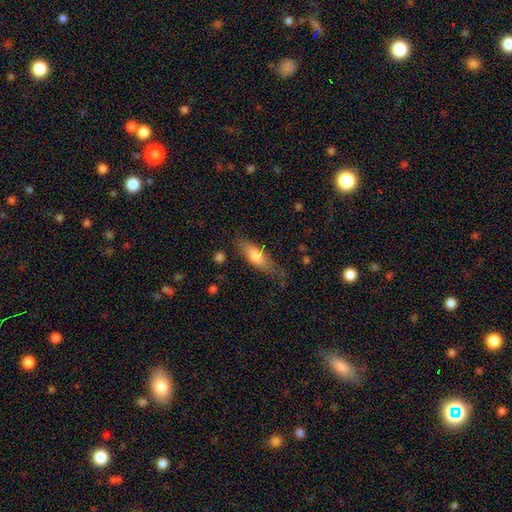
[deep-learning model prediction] This is likely a smooth galaxy (68%). How rounded: possibly in between (53%). Merging: possibly none (58%).